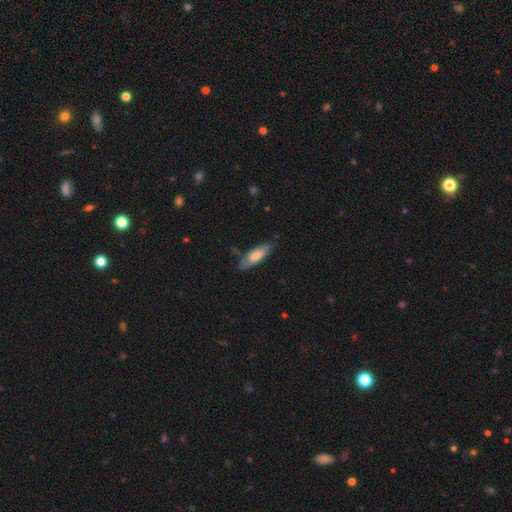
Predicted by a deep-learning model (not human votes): This is likely a smooth galaxy (65%). How rounded: possibly in between (59%). Merging: likely none (68%).